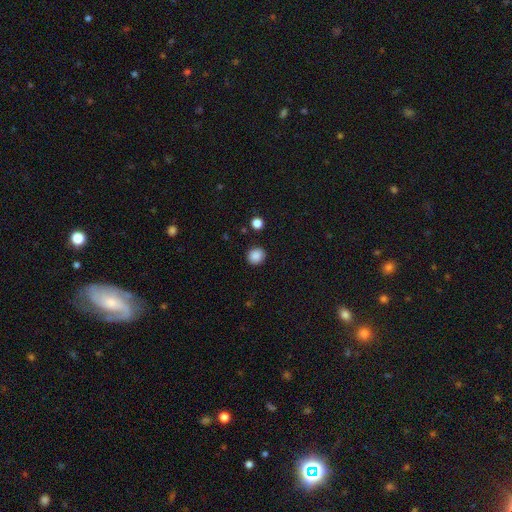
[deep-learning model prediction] Overall: smooth (87%). How rounded: round (83%). Merging: none (90%).